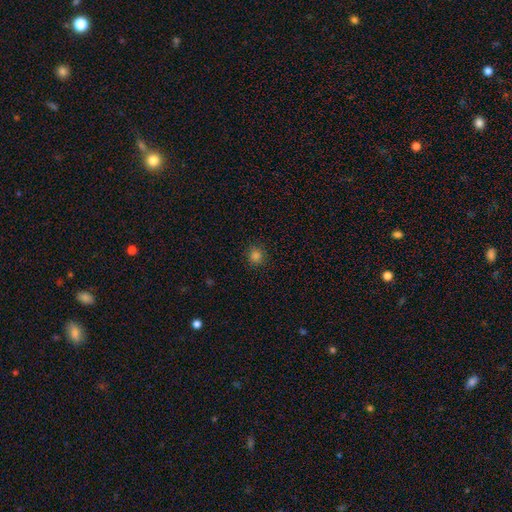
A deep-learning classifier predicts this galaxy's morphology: Q: Smooth or featured?
A: smooth (81%); runner-up: star or artifact (15%)
Q: How rounded?
A: round (90%); runner-up: in between (9%)
Q: Merging?
A: none (90%); runner-up: minor disturbance (7%)